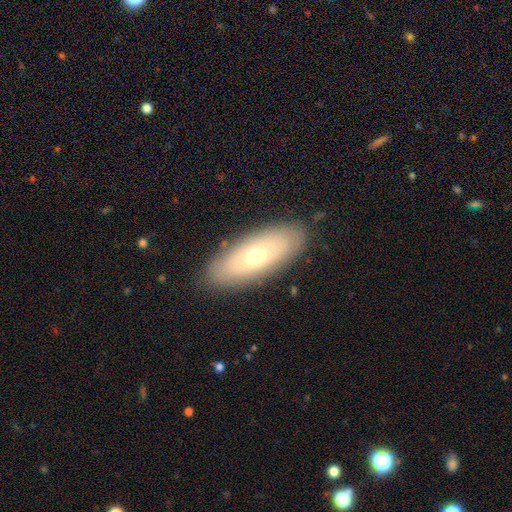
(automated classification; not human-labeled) smooth 57%, featured or disk 35%, star or artifact 7%. Down the decision tree: how rounded — in between (75%); merging — none (86%).